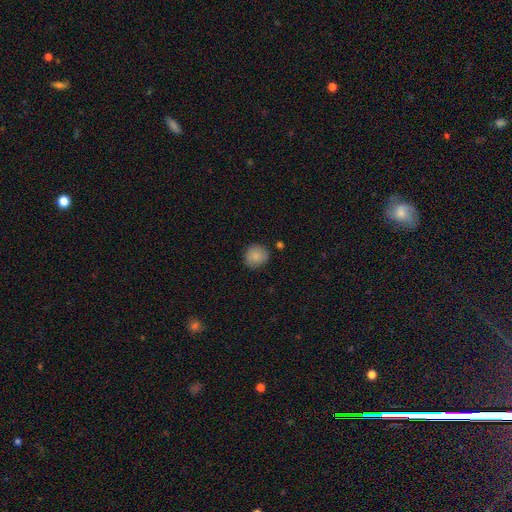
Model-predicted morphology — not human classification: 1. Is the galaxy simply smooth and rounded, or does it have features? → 84% smooth, 9% star or artifact, 7% featured or disk.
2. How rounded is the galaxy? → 85% round, 14% in between, 1% cigar-shaped.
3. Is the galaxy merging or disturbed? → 82% none, 12% minor disturbance, 3% merger, 3% major disturbance.